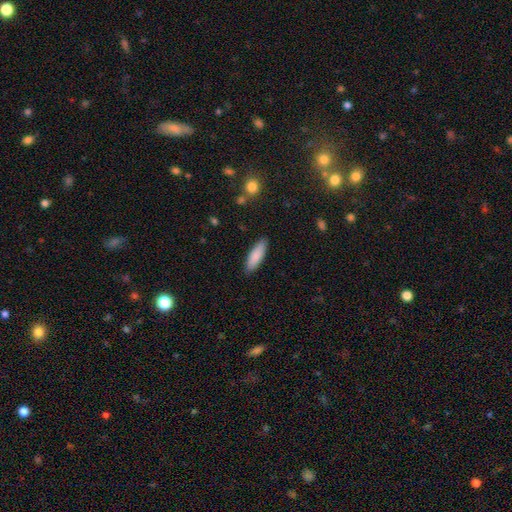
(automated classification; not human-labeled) Smooth or featured? Predicted: smooth (p=0.86). How rounded? Predicted: cigar-shaped (p=0.52). Merging? Predicted: none (p=0.88).